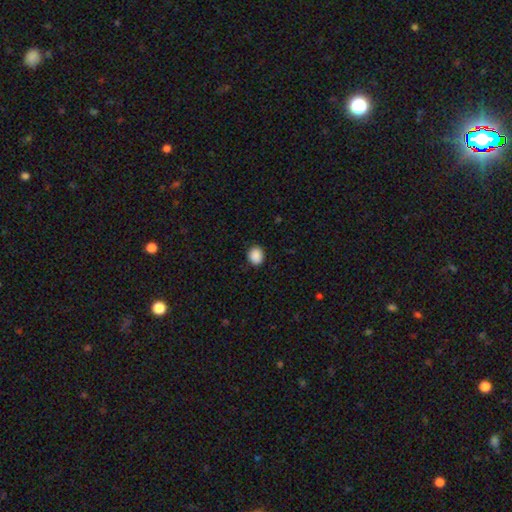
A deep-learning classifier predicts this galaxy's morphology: smooth_or_featured: smooth (p=0.89) [alt: star or artifact p=0.08]
how_rounded: round (p=0.66) [alt: in between p=0.33]
merging: none (p=0.88) [alt: minor disturbance p=0.08]